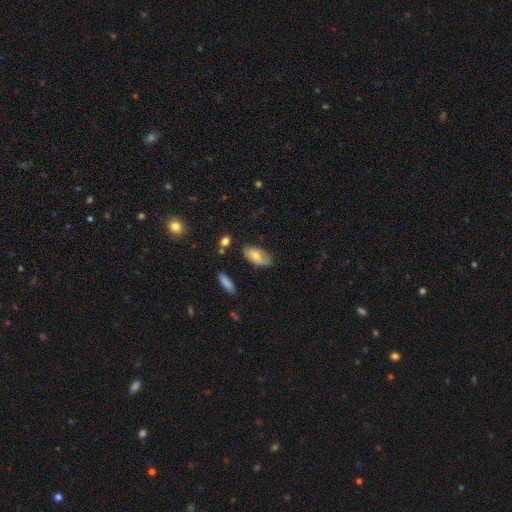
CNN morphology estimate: This is likely a smooth galaxy (65%). How rounded: clearly in between (91%). Merging: likely none (71%).